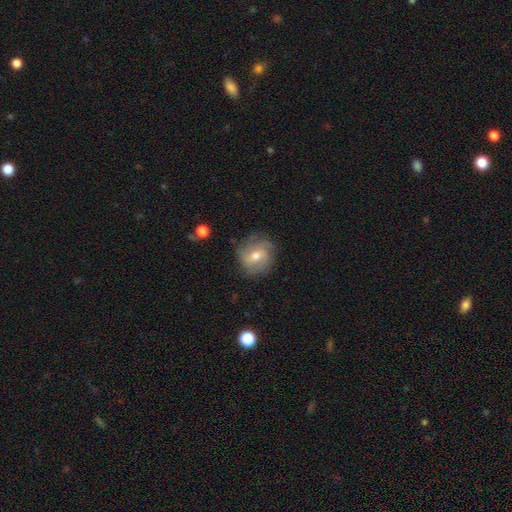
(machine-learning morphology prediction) Smooth or featured: featured or disk — 54% (smooth — 38%)
Edge-on disk: no — 96% (yes — 4%)
Bar: no — 54% (weak — 37%)
Spiral arms: yes — 78% (no — 22%)
Bulge size: moderate — 72% (small — 20%)
Merging: none — 75% (minor disturbance — 18%)